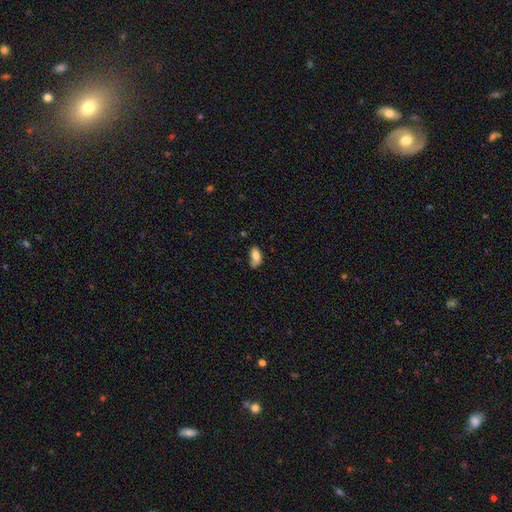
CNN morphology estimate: smooth 76%, featured or disk 16%, star or artifact 8%. Down the decision tree: how rounded — in between (90%); merging — none (46%).